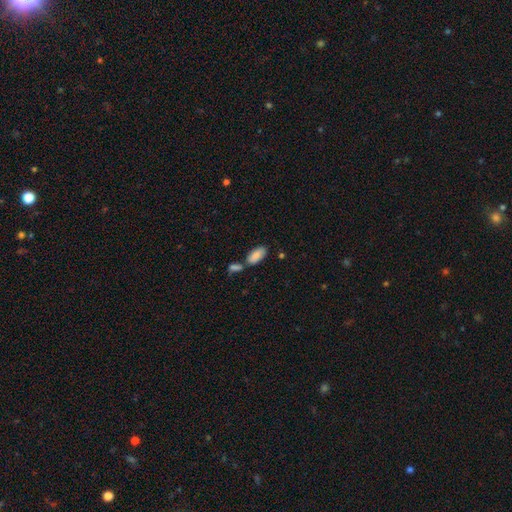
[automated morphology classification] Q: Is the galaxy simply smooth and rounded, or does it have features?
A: smooth — 85%.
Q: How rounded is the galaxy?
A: in between — 91%.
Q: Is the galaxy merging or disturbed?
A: none — 54%.